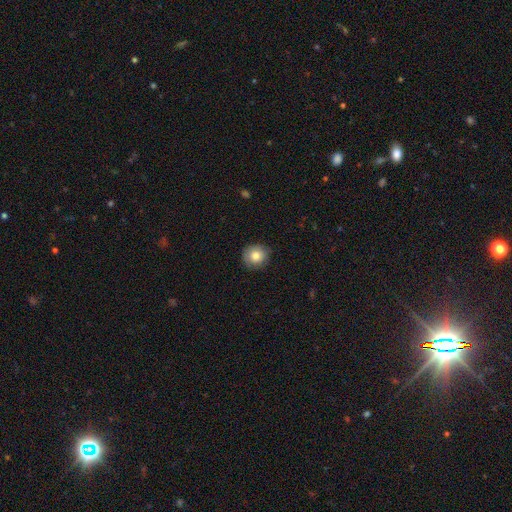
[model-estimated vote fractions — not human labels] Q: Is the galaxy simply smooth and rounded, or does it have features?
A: smooth — 78%.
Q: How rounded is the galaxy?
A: round — 87%.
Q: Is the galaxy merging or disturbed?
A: none — 82%.